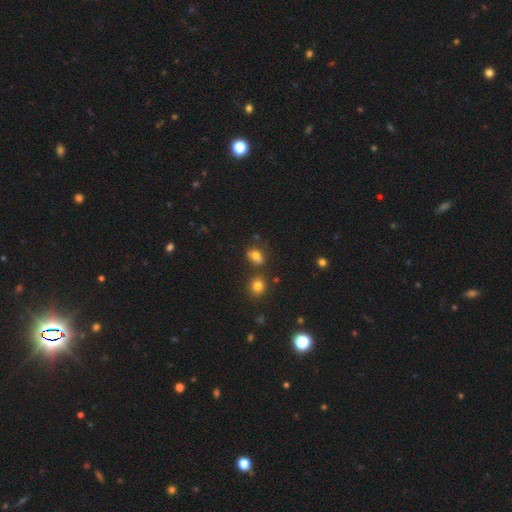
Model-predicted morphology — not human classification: Smooth or featured? smooth (75%)
How rounded? in between (70%)
Merging? none (63%)